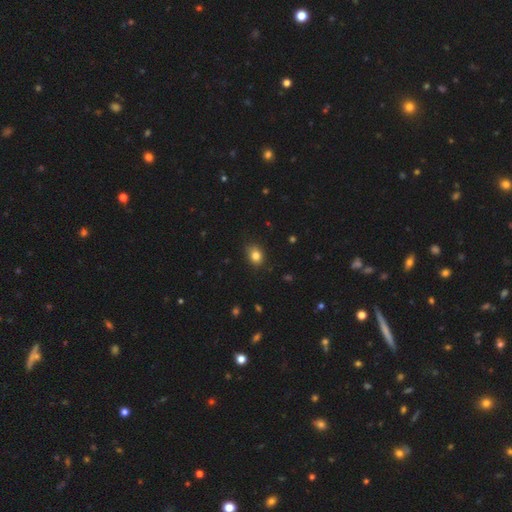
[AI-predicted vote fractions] Q: Smooth or featured?
A: smooth (83%); runner-up: star or artifact (11%)
Q: How rounded?
A: in between (53%); runner-up: round (46%)
Q: Merging?
A: none (82%); runner-up: minor disturbance (14%)